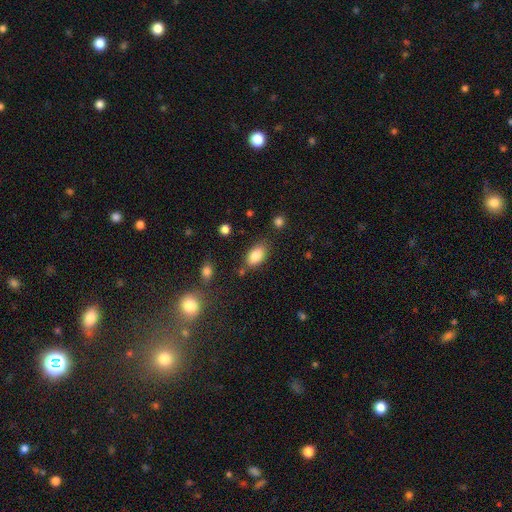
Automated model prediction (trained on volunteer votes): This appears to be a smooth galaxy with no disk features (85%) that is in between round and cigar-shaped (92%). Merging: none (77%).